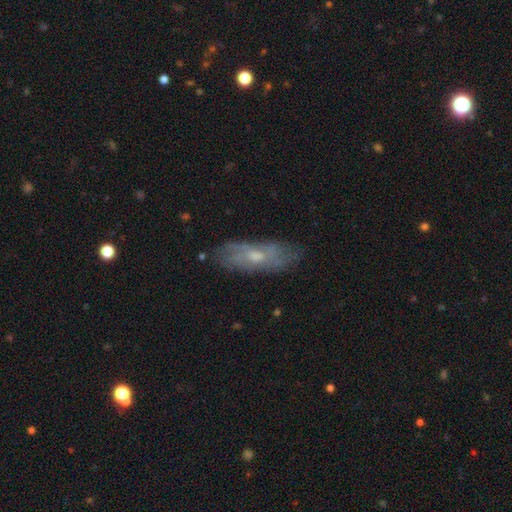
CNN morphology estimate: This is possibly a featured or disk galaxy (57%). It is likely not viewed edge-on (76%). Merging: likely none (73%).